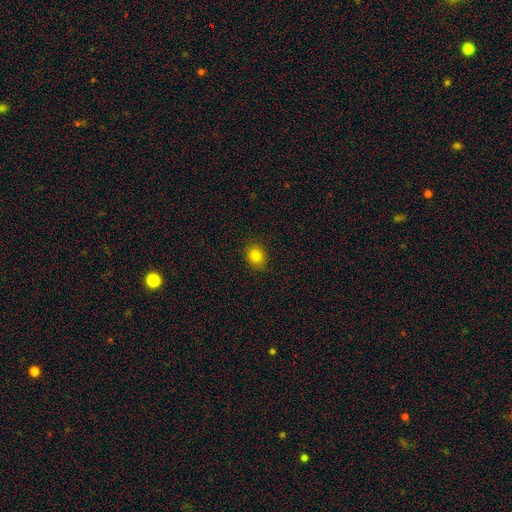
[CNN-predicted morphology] A smooth galaxy with no disk features (83%) that is round (52%). Merging: none (87%).